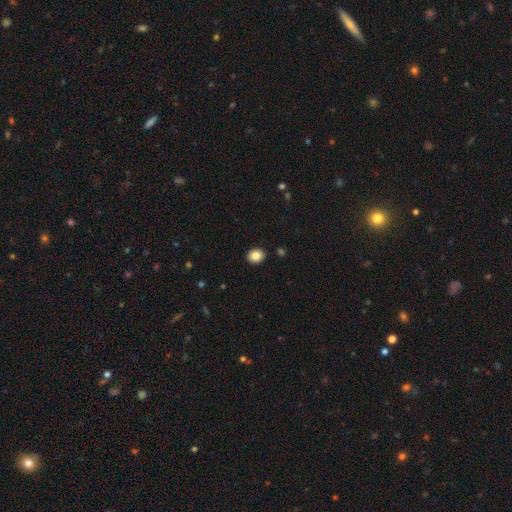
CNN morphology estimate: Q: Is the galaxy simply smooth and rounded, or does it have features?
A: smooth — 86%.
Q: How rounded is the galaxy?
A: round — 52%.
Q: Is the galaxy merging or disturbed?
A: none — 90%.